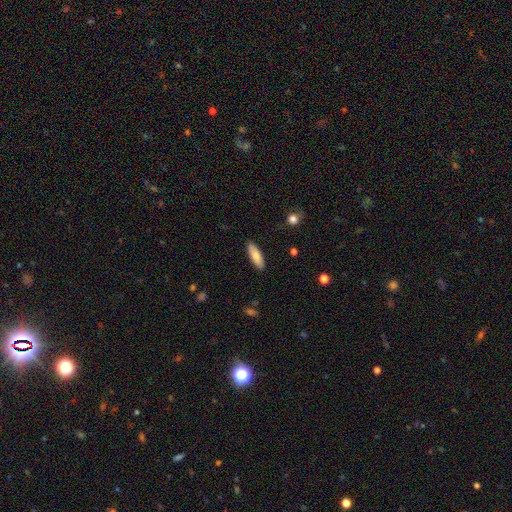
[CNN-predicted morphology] This is clearly a smooth galaxy (82%). How rounded: possibly in between (52%). Merging: clearly none (88%).